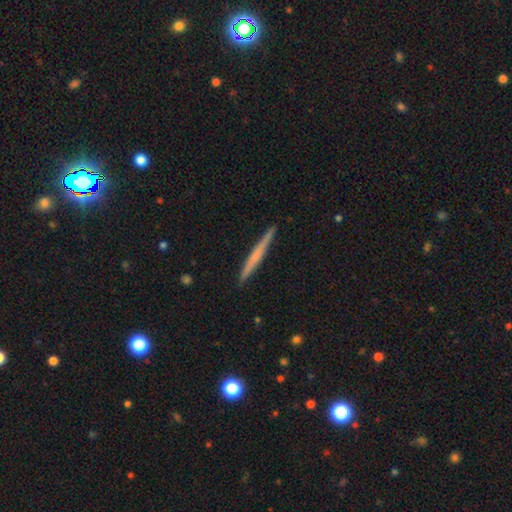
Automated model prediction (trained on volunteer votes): The model was most divided on "smooth or featured": featured or disk: 50%, smooth: 45%, star or artifact: 5%. More confident: merging — none (92%).